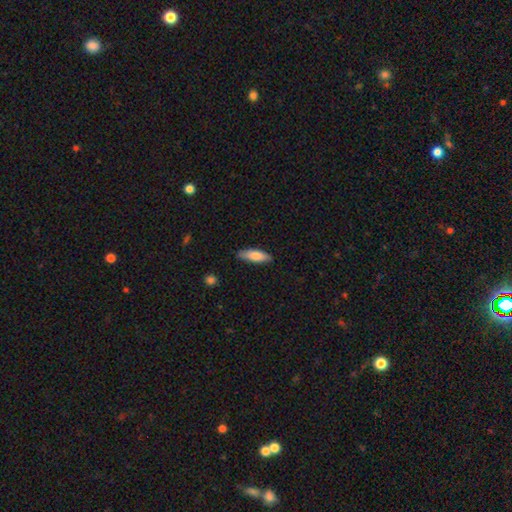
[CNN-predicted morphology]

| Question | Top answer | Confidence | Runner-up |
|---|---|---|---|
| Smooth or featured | smooth | 78% | featured or disk (16%) |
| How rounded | in between | 53% | cigar-shaped (45%) |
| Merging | none | 84% | minor disturbance (13%) |